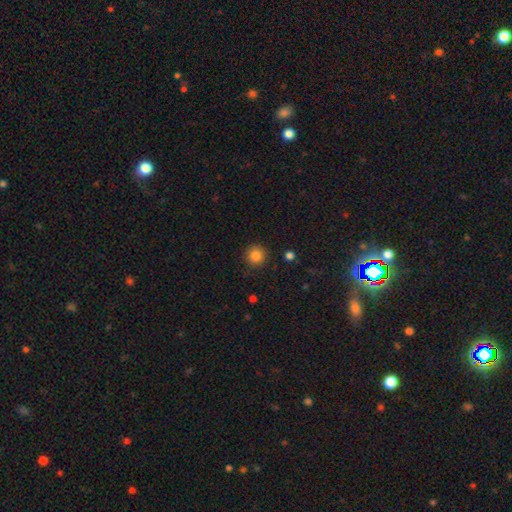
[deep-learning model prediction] Smooth or featured? Predicted: smooth (p=0.85). How rounded? Predicted: round (p=0.94). Merging? Predicted: none (p=0.91).